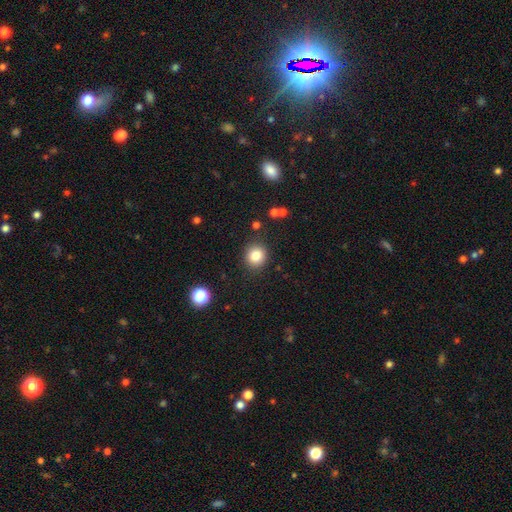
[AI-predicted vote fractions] Smooth or featured? smooth (83%)
How rounded? round (87%)
Merging? none (87%)